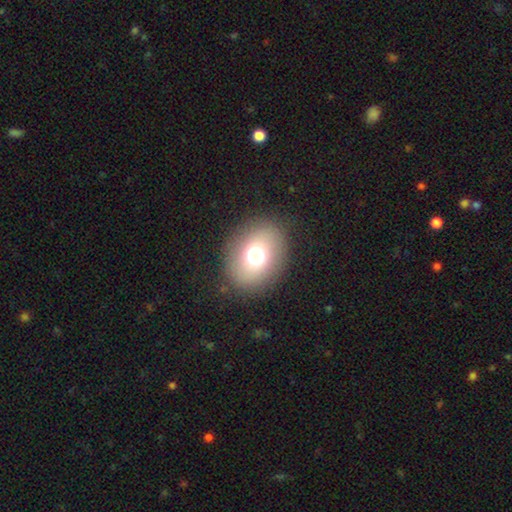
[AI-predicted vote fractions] Smooth or featured? Predicted: smooth (p=0.68). How rounded? Predicted: in between (p=0.53). Merging? Predicted: none (p=0.86).